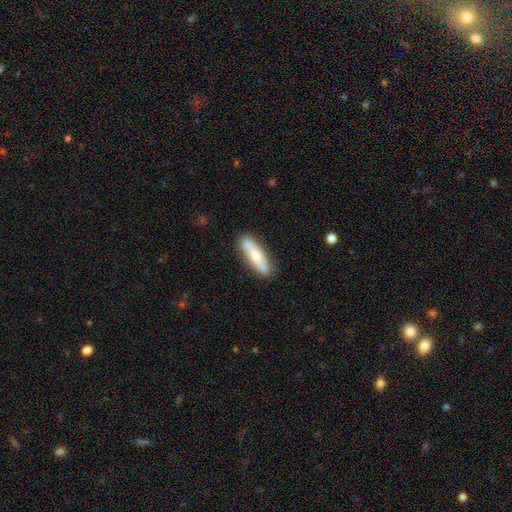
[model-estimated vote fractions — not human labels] smooth_or_featured: smooth (p=0.51) [alt: featured or disk p=0.44]
how_rounded: cigar-shaped (p=0.62) [alt: in between p=0.36]
merging: none (p=0.82) [alt: minor disturbance p=0.12]